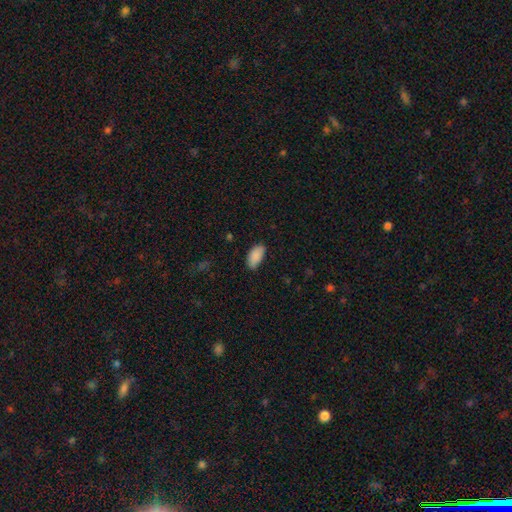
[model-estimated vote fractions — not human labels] Smooth or featured? smooth (89%)
How rounded? in between (94%)
Merging? none (80%)